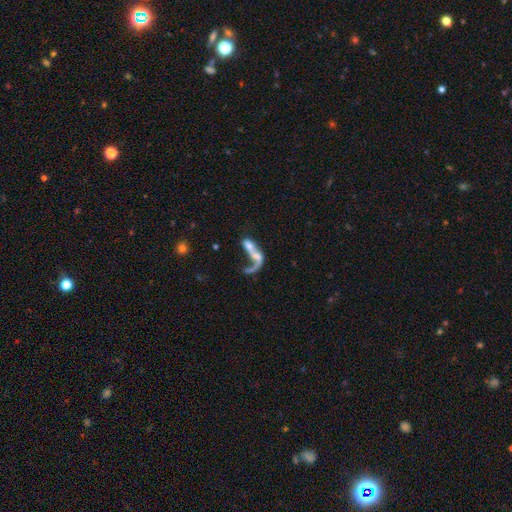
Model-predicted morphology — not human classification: Overall: featured or disk (57%; smooth 32%). Edge-on disk: no (87%). Merging: merger (50%; major disturbance 25%).